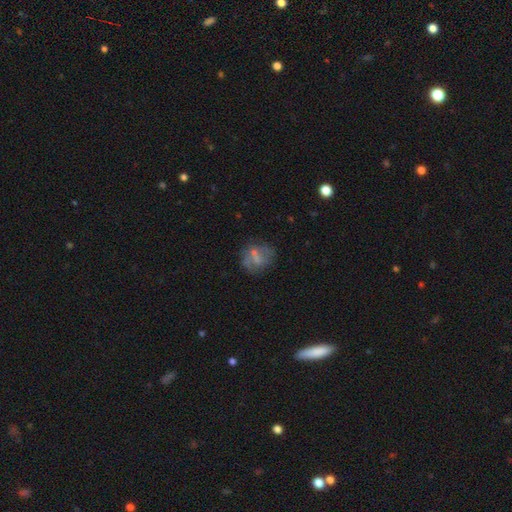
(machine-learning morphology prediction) smooth-or-featured: featured or disk: 45% | smooth: 42% | star or artifact: 13%
  merging: none: 64% | minor disturbance: 19% | major disturbance: 11% | merger: 6%